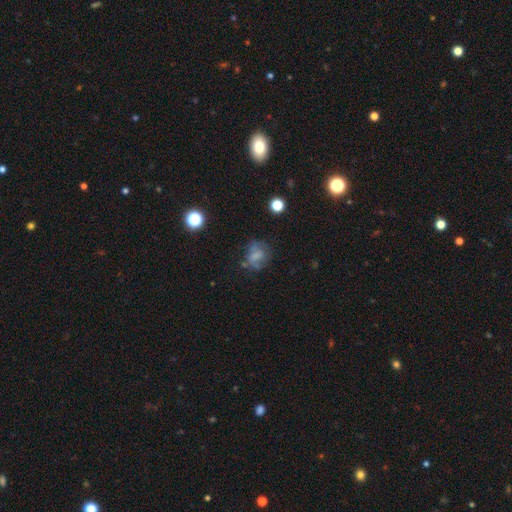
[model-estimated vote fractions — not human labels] smooth_or_featured: smooth (p=0.50) [alt: featured or disk p=0.33]
merging: none (p=0.47) [alt: minor disturbance p=0.24]